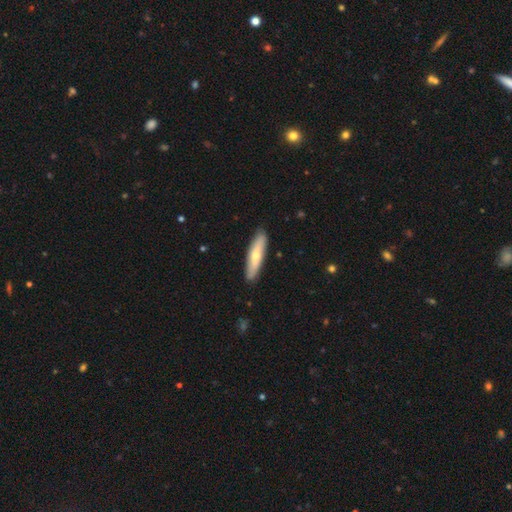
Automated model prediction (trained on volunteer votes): The model was most divided on "smooth or featured": smooth: 54%, featured or disk: 41%, star or artifact: 5%. More confident: merging — none (88%); how rounded — cigar-shaped (77%).